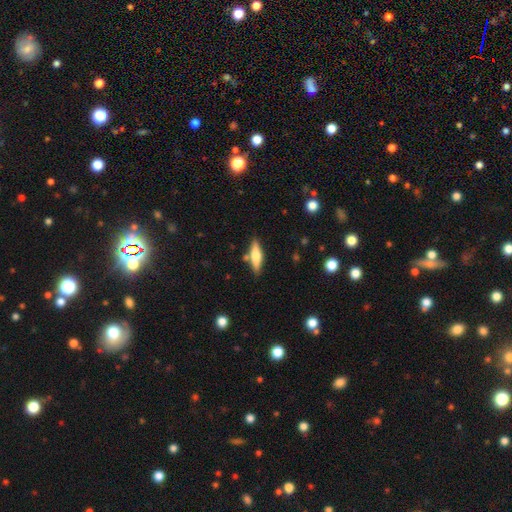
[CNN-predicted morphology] Smooth or featured?
  - smooth: 53% *
  - featured or disk: 41%
  - star or artifact: 6%
How rounded?
  - cigar-shaped: 65% *
  - in between: 33%
  - round: 2%
Merging?
  - none: 81% *
  - minor disturbance: 11%
  - merger: 6%
  - major disturbance: 3%